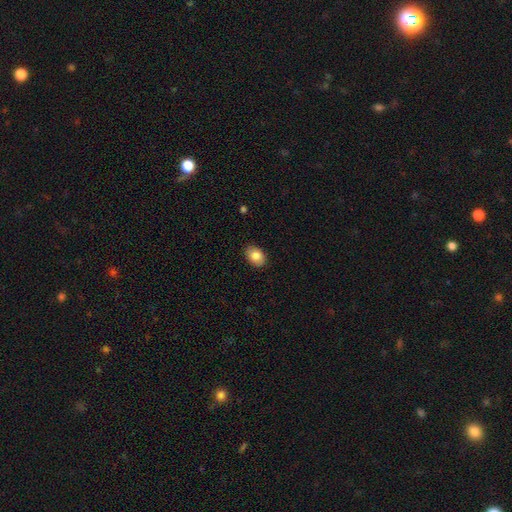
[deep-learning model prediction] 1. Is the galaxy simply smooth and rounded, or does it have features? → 84% smooth, 8% featured or disk, 7% star or artifact.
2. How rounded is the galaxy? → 80% in between, 19% round, 1% cigar-shaped.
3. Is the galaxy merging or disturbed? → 87% none, 10% minor disturbance, 2% major disturbance, 1% merger.